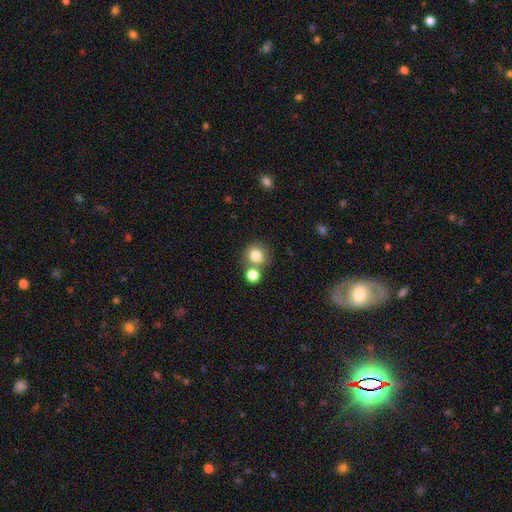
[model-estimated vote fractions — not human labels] smooth_or_featured: smooth (p=0.81) [alt: star or artifact p=0.11]
how_rounded: round (p=0.87) [alt: in between p=0.12]
merging: none (p=0.64) [alt: merger p=0.24]